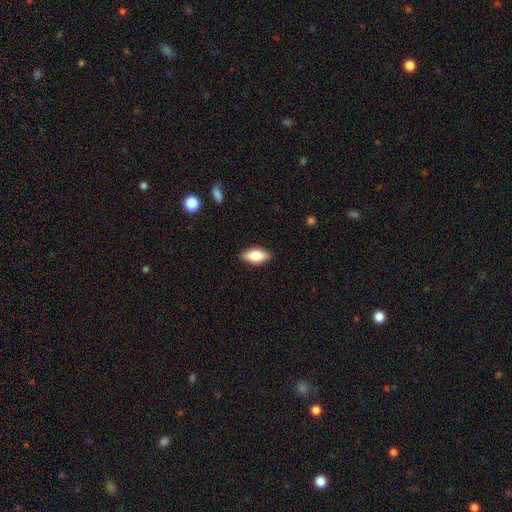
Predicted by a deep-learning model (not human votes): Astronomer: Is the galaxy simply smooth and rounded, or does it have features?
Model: smooth — 77%.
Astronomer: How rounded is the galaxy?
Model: in between — 85%.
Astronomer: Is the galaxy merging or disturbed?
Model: none — 87%.